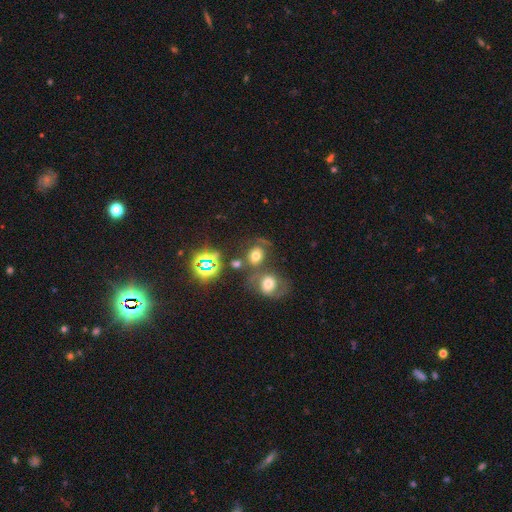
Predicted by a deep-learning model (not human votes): Q: Smooth or featured?
A: smooth (57%); runner-up: star or artifact (22%)
Q: How rounded?
A: round (55%); runner-up: in between (44%)
Q: Merging?
A: none (44%); runner-up: merger (32%)